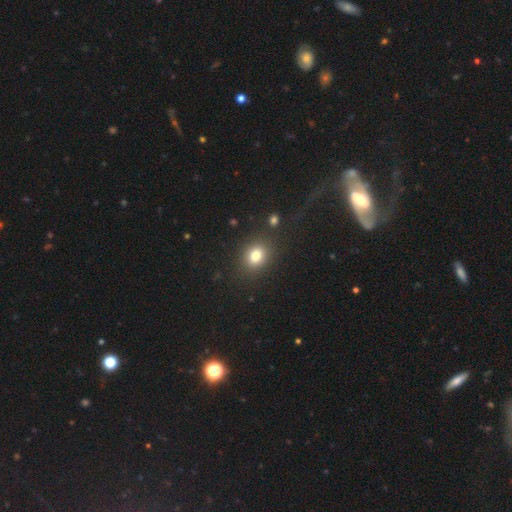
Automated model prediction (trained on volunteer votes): The model was most divided on "how rounded": in between: 60%, round: 39%, cigar-shaped: 1%. More confident: merging — none (82%); smooth or featured — smooth (82%).